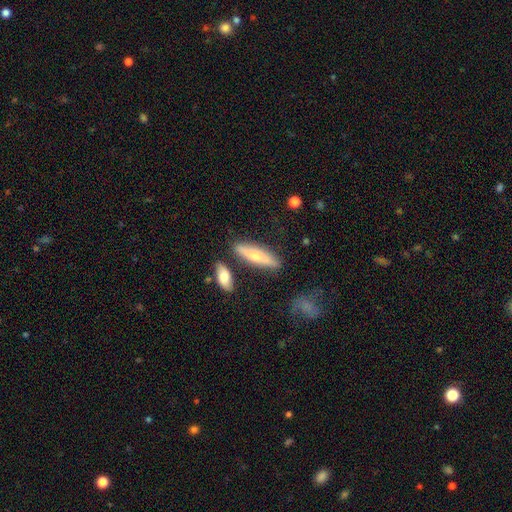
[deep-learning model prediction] This appears to be a smooth galaxy with no disk features (57%) that is cigar-shaped (67%). Merging: none (79%).